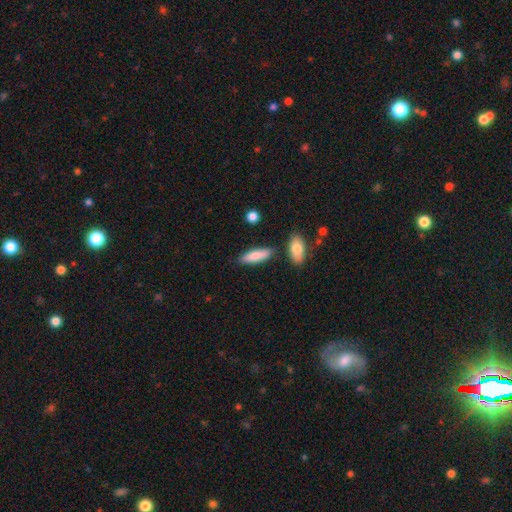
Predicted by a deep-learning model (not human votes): Smooth or featured?
  - smooth: 82% *
  - featured or disk: 13%
  - star or artifact: 6%
How rounded?
  - cigar-shaped: 52% *
  - in between: 46%
  - round: 2%
Merging?
  - none: 80% *
  - minor disturbance: 11%
  - merger: 6%
  - major disturbance: 3%